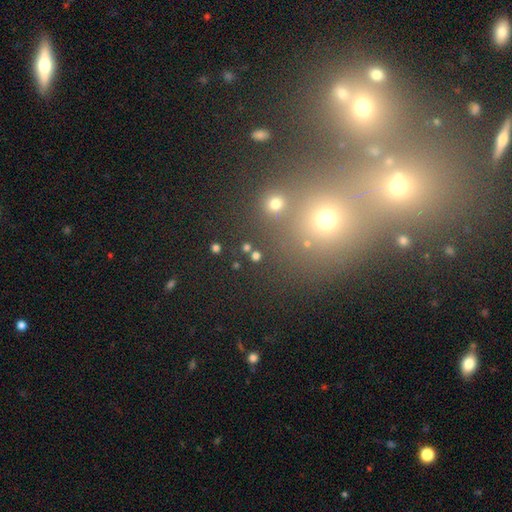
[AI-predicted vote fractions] A smooth galaxy with no disk features (62%) that is round (84%).

Vote fractions:
- Smooth or featured? smooth: 62% / star or artifact: 30% / featured or disk: 9%
- How rounded? round: 84% / in between: 14% / cigar-shaped: 2%
- Merging? none: 79% / merger: 10% / minor disturbance: 7% / major disturbance: 4%